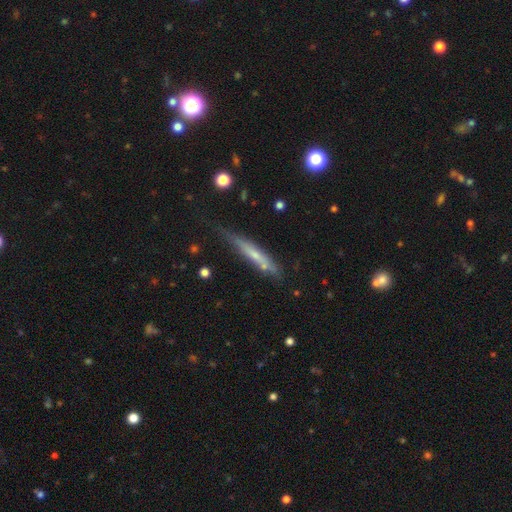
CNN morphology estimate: Smooth or featured? Predicted: featured or disk (p=0.48). Merging? Predicted: none (p=0.64).